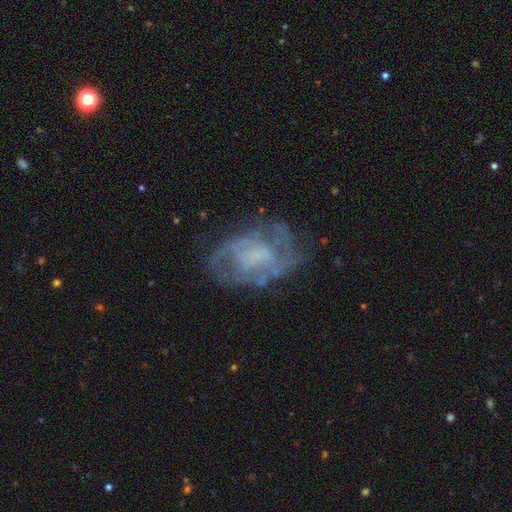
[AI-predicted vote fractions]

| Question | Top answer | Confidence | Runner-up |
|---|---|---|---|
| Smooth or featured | featured or disk | 75% | smooth (17%) |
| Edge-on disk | no | 97% | yes (3%) |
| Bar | no | 62% | weak (31%) |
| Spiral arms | yes | 71% | no (29%) |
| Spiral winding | medium | 41% | tight (40%) |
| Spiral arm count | can't tell | 41% | 2 (35%) |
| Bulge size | none | 49% | small (27%) |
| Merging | none | 58% | minor disturbance (22%) |